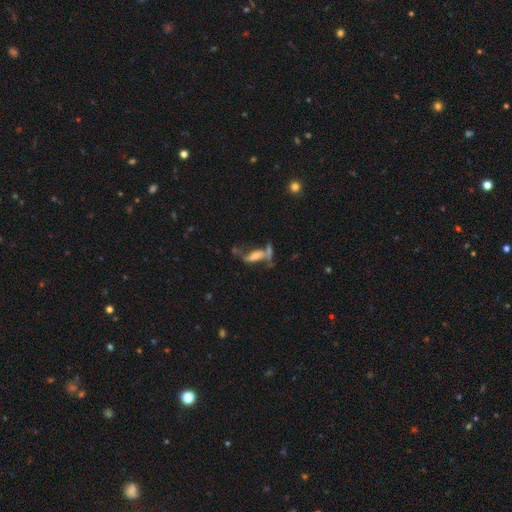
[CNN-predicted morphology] type=featured or disk (53%); edge-on=no (67%); merging=none (32%).